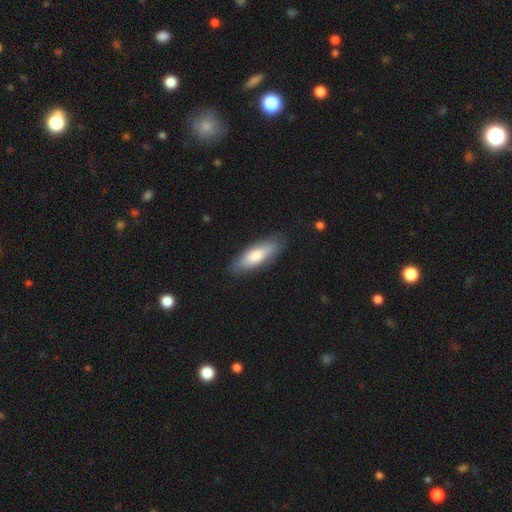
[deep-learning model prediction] The model was most divided on "how rounded": in between: 52%, cigar-shaped: 46%, round: 2%. More confident: merging — none (84%); smooth or featured — smooth (71%).